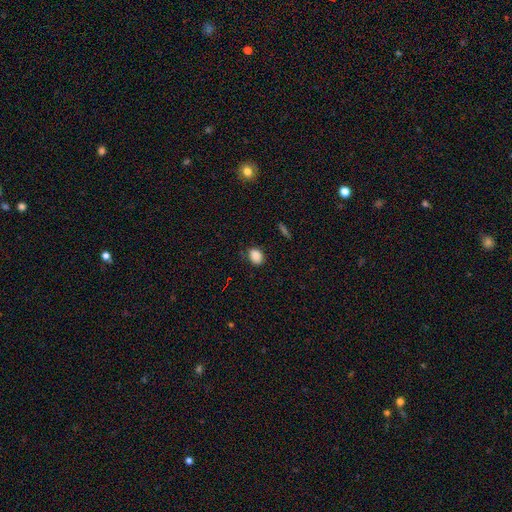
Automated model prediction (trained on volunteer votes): A smooth galaxy with no disk features (87%) that is in between round and cigar-shaped (63%). Merging: none (81%).